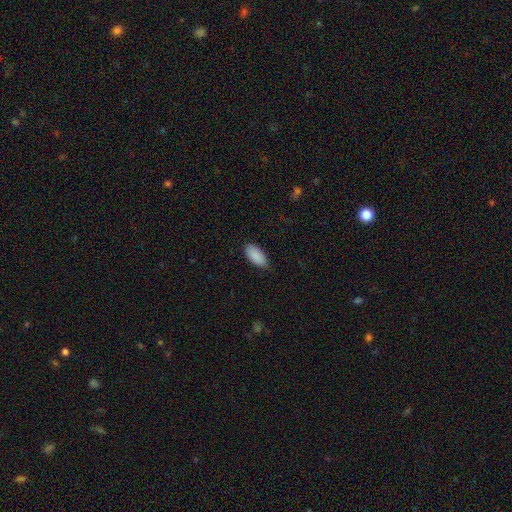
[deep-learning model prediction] This appears to be a smooth galaxy with no disk features (91%) that is in between round and cigar-shaped (92%). Merging: none (85%).